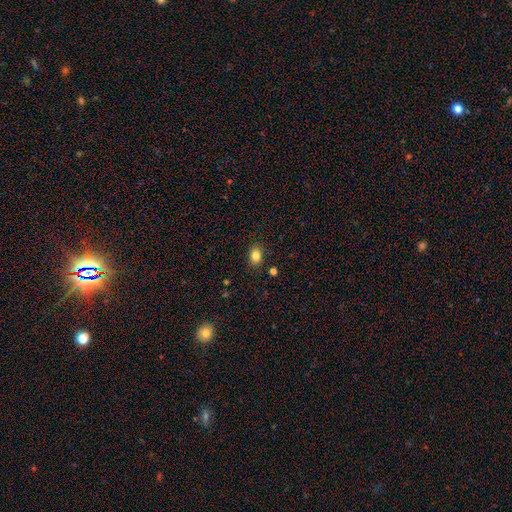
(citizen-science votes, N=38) Volunteers were most divided on "how rounded": in between: 68%, round: 32%, cigar-shaped: 0%. More confident: smooth or featured — smooth (89%); merging — none (69%).